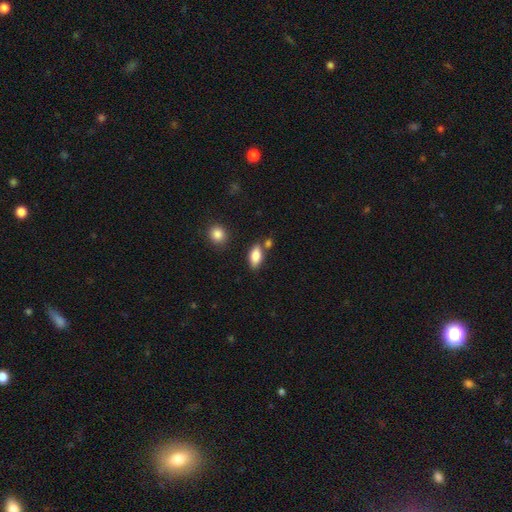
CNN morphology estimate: Overall: smooth (84%). How rounded: in between (87%). Merging: none (73%).